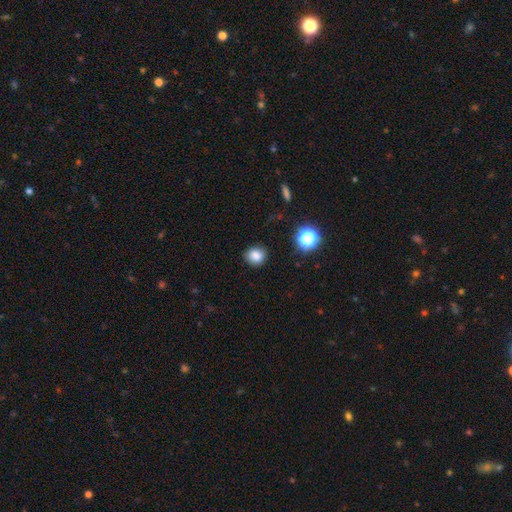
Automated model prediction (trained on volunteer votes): This is clearly a smooth galaxy (83%). How rounded: likely round (80%). Merging: clearly none (86%).